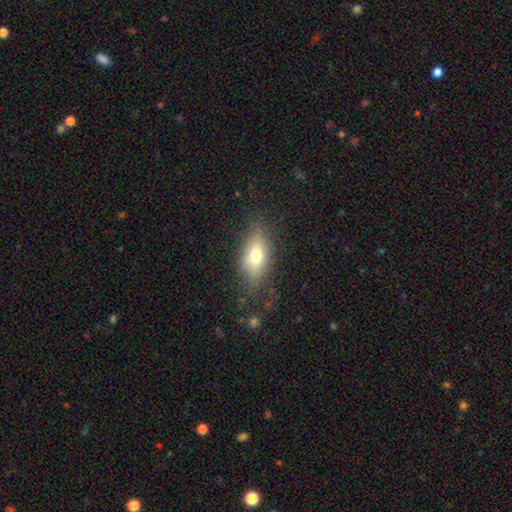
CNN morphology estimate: smooth 65%, featured or disk 25%, star or artifact 10%. Down the decision tree: how rounded — in between (78%); merging — none (77%).